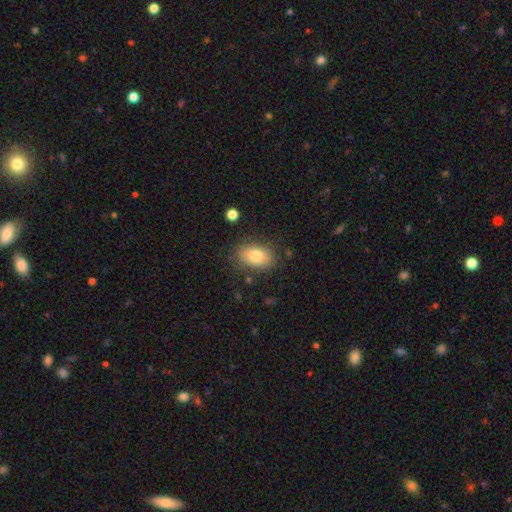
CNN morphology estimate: smooth_or_featured: smooth (p=0.81) [alt: featured or disk p=0.11]
how_rounded: in between (p=0.89) [alt: round p=0.09]
merging: none (p=0.81) [alt: minor disturbance p=0.14]